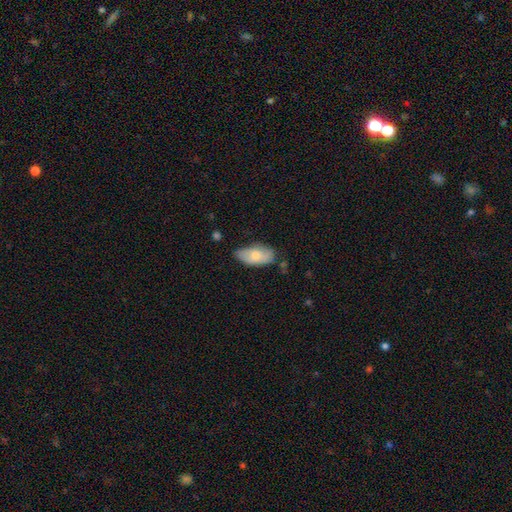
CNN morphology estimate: smooth 71%, featured or disk 22%, star or artifact 6%. Down the decision tree: how rounded — in between (93%); merging — none (59%).